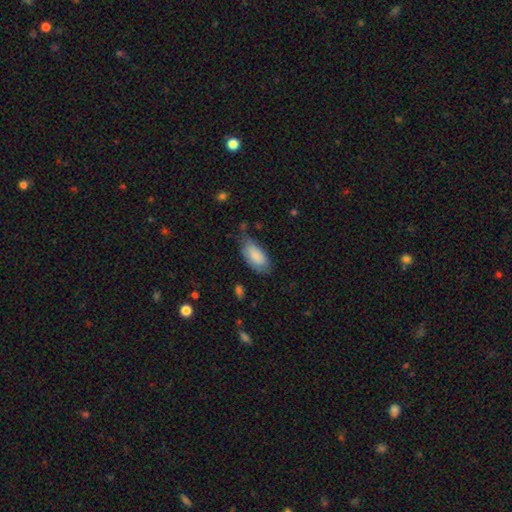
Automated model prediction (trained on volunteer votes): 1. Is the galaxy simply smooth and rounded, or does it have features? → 82% smooth, 12% featured or disk, 6% star or artifact.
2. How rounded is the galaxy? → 92% in between, 5% cigar-shaped, 2% round.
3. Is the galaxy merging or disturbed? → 53% none, 35% minor disturbance, 9% major disturbance, 3% merger.